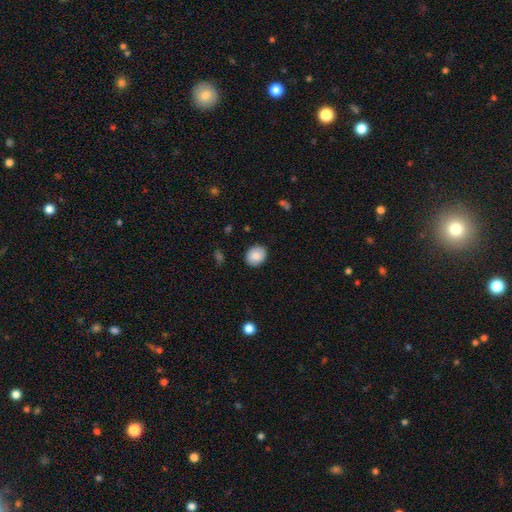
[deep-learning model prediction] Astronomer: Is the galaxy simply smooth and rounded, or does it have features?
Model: smooth — 87%.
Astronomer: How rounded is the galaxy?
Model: round — 57% (runner-up: in between, 42%).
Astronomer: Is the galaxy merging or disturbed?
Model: none — 87%.